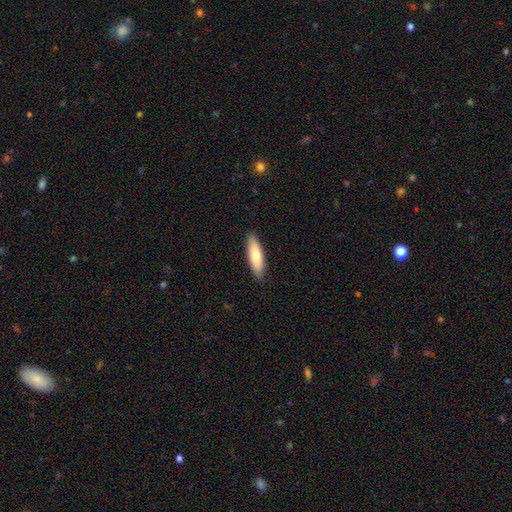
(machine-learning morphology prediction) smooth 76%, featured or disk 18%, star or artifact 5%. Down the decision tree: how rounded — cigar-shaped (62%); merging — none (89%).